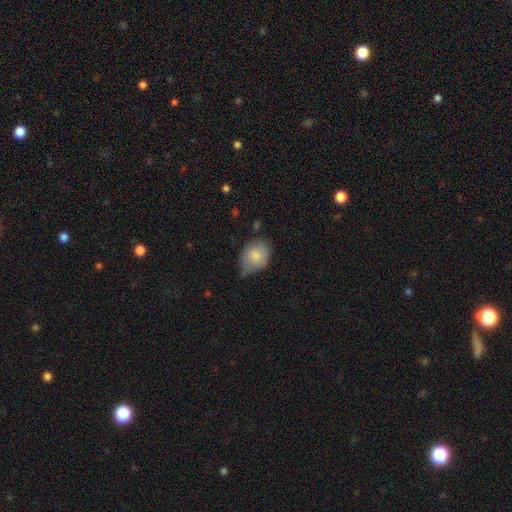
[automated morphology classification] A smooth galaxy with no disk features (79%) that is in between round and cigar-shaped (62%). Merging: none (43%, tied with minor disturbance).